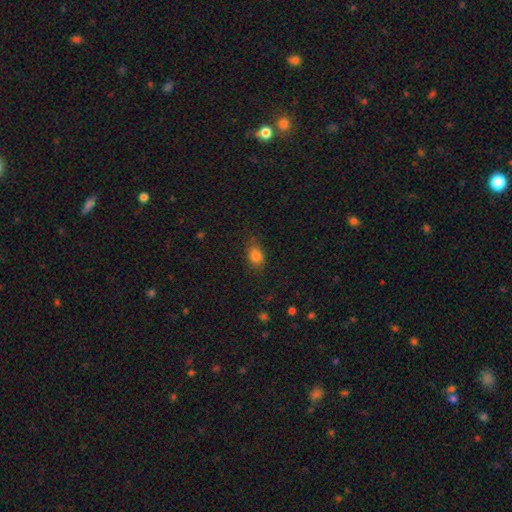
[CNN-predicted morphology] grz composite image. It shows a smooth galaxy with no disk features (82%) that is in between round and cigar-shaped (66%). Merging: none (76%).